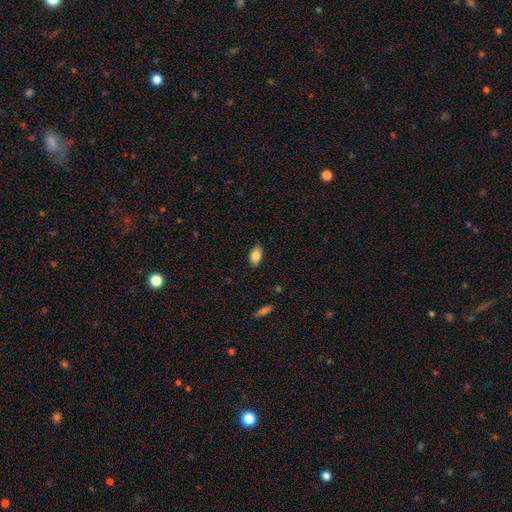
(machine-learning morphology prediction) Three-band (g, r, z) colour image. It shows a smooth galaxy with no disk features (84%) that is in between round and cigar-shaped (91%). Merging: none (86%).